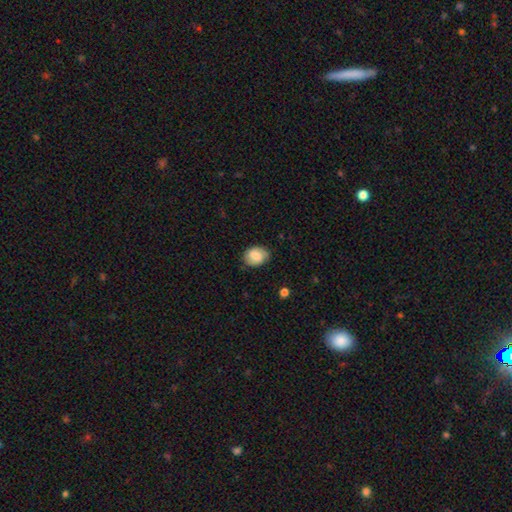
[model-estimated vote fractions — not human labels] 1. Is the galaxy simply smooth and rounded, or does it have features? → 67% smooth, 25% featured or disk, 8% star or artifact.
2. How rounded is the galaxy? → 60% in between, 39% round, 1% cigar-shaped.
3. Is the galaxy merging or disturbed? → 76% none, 19% minor disturbance, 4% major disturbance, 1% merger.